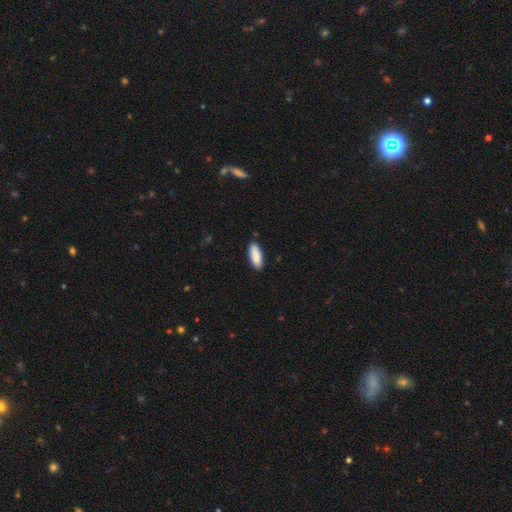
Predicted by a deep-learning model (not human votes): smooth_or_featured: smooth (p=0.90) [alt: star or artifact p=0.06]
how_rounded: in between (p=0.72) [alt: cigar-shaped p=0.27]
merging: none (p=0.88) [alt: minor disturbance p=0.09]